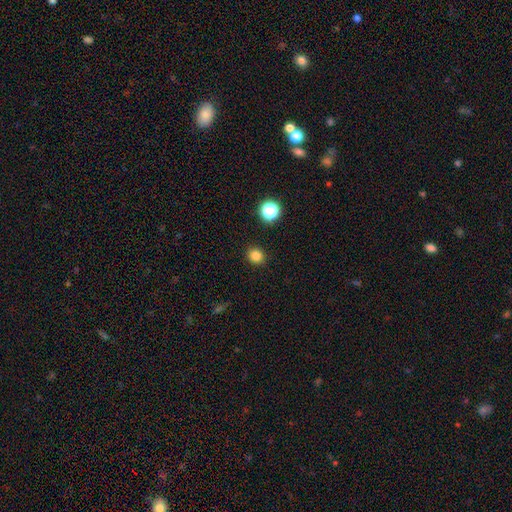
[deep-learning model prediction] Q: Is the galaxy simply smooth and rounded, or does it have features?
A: smooth — 83%.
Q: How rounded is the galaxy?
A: round — 83%.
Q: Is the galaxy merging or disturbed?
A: none — 91%.